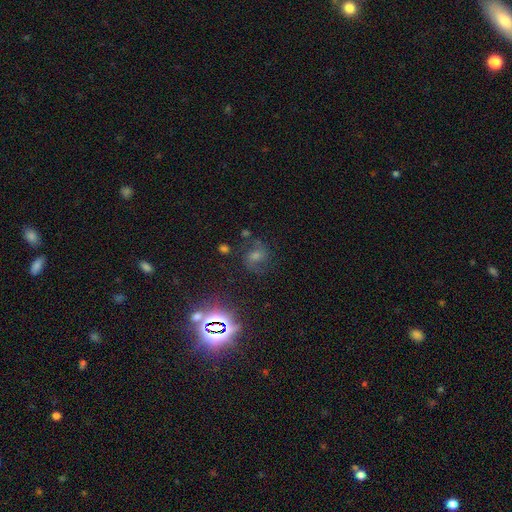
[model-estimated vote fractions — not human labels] Smooth or featured: featured or disk — 42% (star or artifact — 40%)
Merging: none — 73% (minor disturbance — 15%)